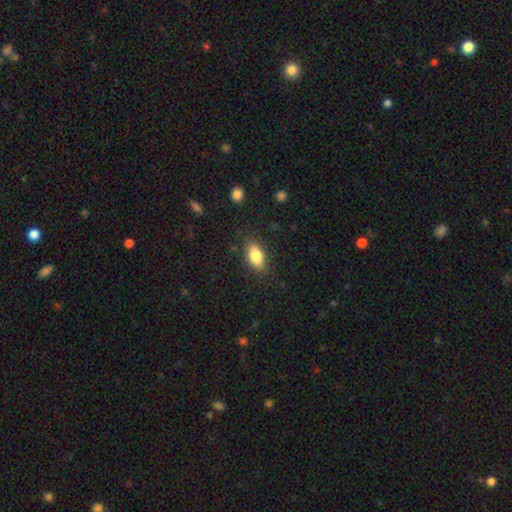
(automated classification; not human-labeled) This is clearly a smooth galaxy (82%). How rounded: clearly in between (88%). Merging: clearly none (85%).